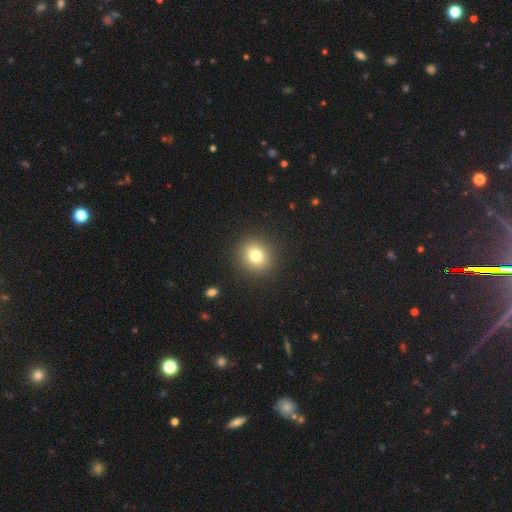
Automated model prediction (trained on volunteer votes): This is likely a smooth galaxy (80%). How rounded: clearly round (81%). Merging: clearly none (91%).